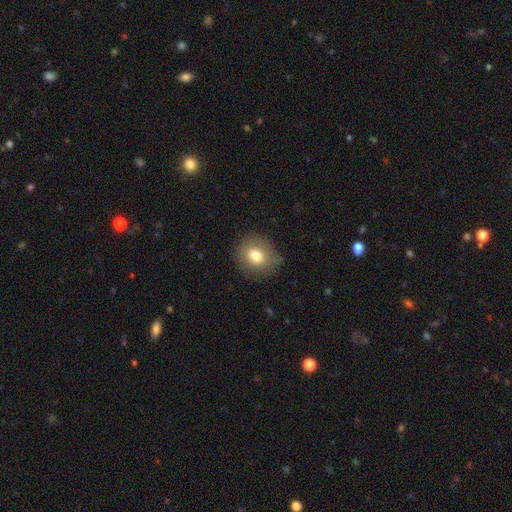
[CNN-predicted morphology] Smooth or featured?
  - smooth: 77% *
  - featured or disk: 13%
  - star or artifact: 10%
How rounded?
  - round: 79% *
  - in between: 20%
  - cigar-shaped: 1%
Merging?
  - none: 77% *
  - minor disturbance: 17%
  - major disturbance: 4%
  - merger: 1%